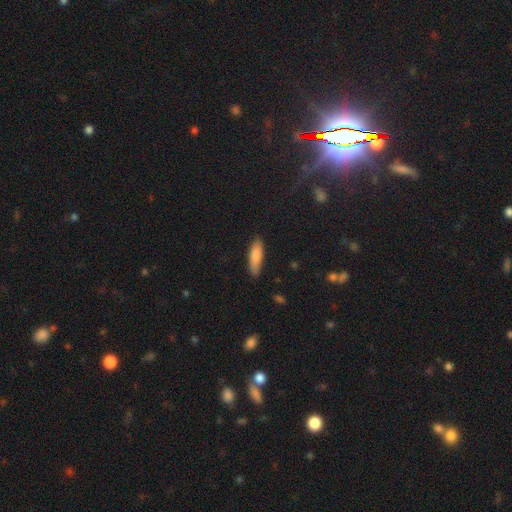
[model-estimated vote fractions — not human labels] A smooth galaxy with no disk features (85%) that is cigar-shaped (58%). Merging: none (83%).